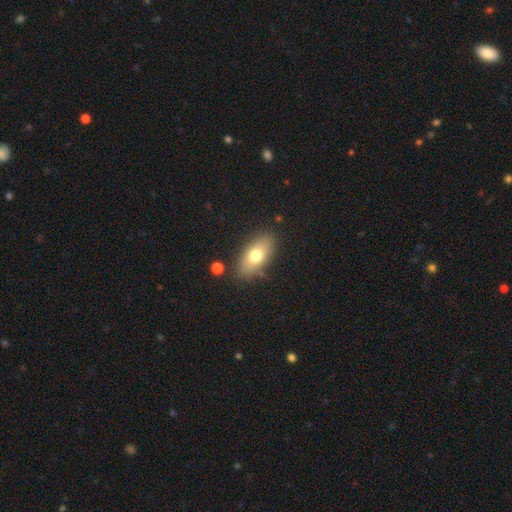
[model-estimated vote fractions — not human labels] Q: Smooth or featured?
A: smooth (71%); runner-up: featured or disk (21%)
Q: How rounded?
A: in between (86%); runner-up: cigar-shaped (9%)
Q: Merging?
A: none (83%); runner-up: minor disturbance (11%)